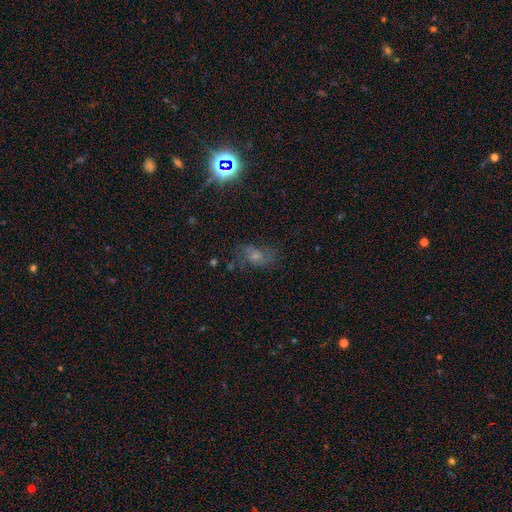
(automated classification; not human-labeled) featured or disk 38%, star or artifact 35%, smooth 28%. Down the decision tree: merging — none (63%).